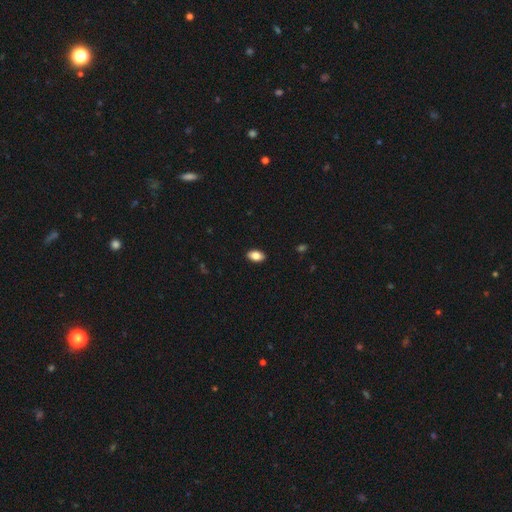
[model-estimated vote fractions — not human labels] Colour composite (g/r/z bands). It shows a smooth galaxy with no disk features (85%) that is in between round and cigar-shaped (91%). Merging: none (90%).